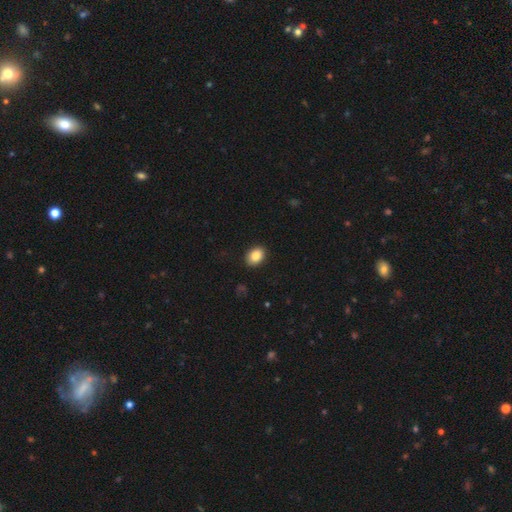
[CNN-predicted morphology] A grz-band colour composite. It shows a smooth galaxy with no disk features (87%) that is in between round and cigar-shaped (70%). Merging: none (90%).